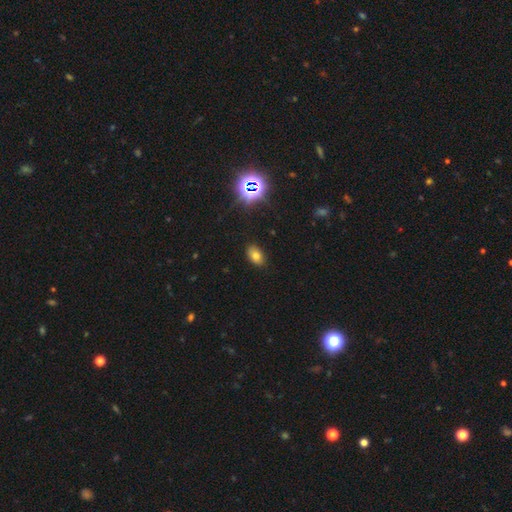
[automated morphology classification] type=smooth (72%); roundness=in between (87%); merging=none (86%).